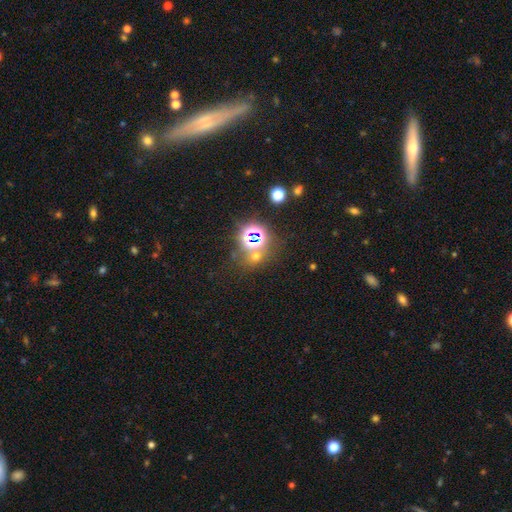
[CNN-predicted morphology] This is possibly a star or artifact rather than a galaxy (53%).